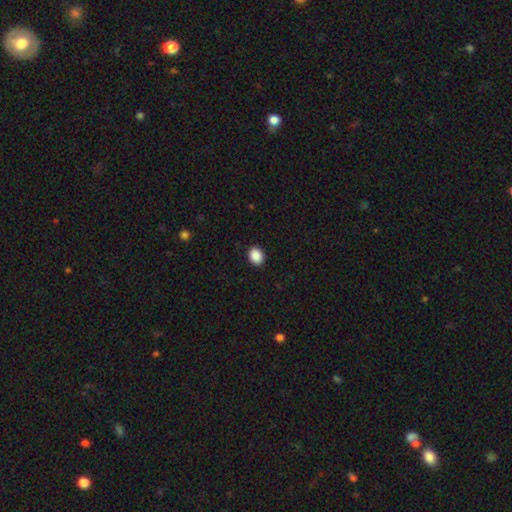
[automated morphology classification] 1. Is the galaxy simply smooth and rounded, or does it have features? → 89% smooth, 8% star or artifact, 3% featured or disk.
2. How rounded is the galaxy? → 51% round, 48% in between, 1% cigar-shaped.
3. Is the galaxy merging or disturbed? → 91% none, 6% minor disturbance, 2% major disturbance, 1% merger.